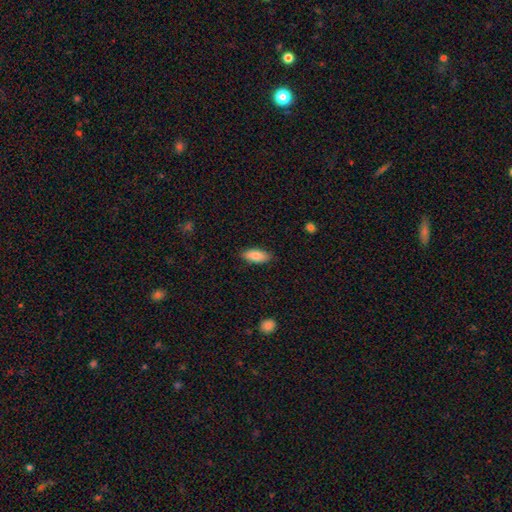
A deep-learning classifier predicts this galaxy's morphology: smooth 84%, featured or disk 10%, star or artifact 6%. Down the decision tree: how rounded — in between (82%); merging — none (86%).